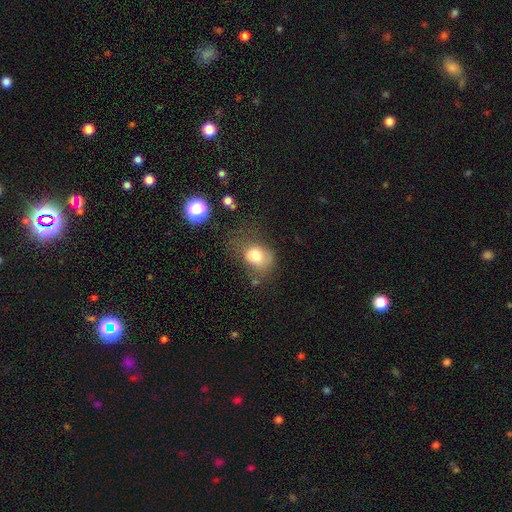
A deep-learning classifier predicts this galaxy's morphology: smooth 73%, featured or disk 16%, star or artifact 11%. Down the decision tree: how rounded — round (53%); merging — none (39%).